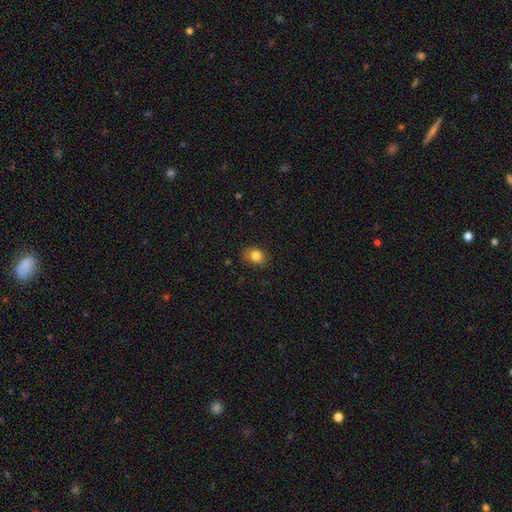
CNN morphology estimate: This appears to be a smooth galaxy with no disk features (83%) that is in between round and cigar-shaped (53%). Merging: none (80%).